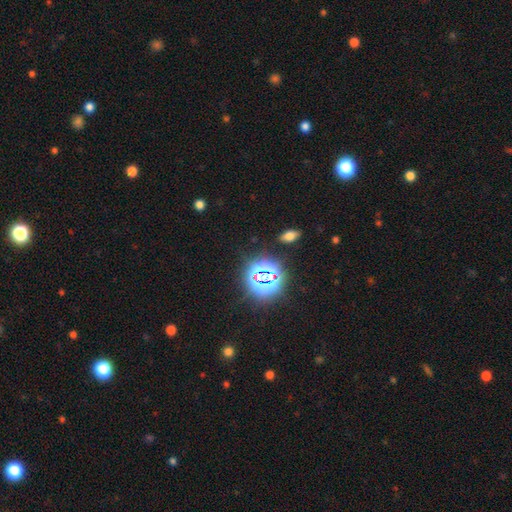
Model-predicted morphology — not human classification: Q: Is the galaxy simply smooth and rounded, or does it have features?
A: star or artifact — 80%.